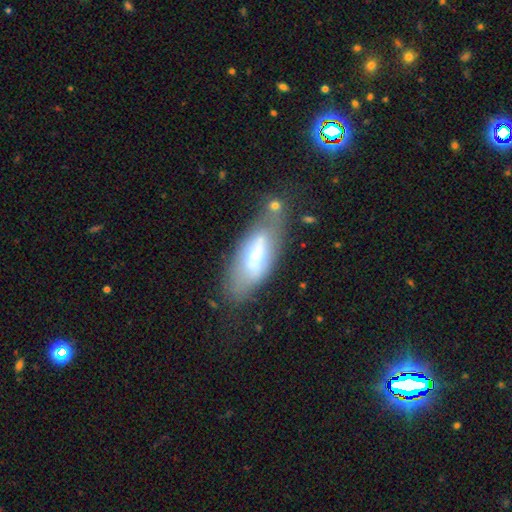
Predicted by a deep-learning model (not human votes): Morphology: type=smooth (48%); merging=none (56%).